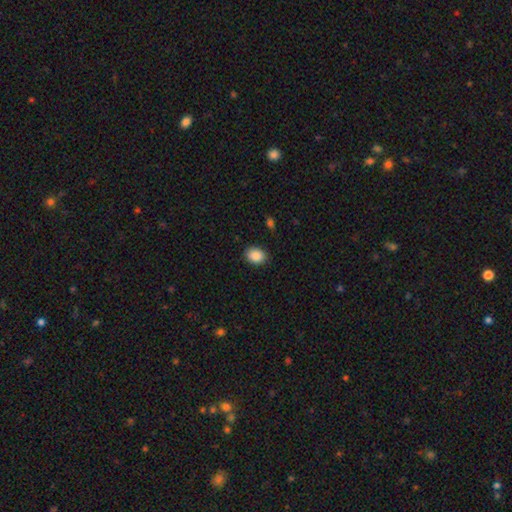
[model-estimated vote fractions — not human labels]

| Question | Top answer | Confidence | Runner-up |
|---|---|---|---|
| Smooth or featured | smooth | 89% | star or artifact (8%) |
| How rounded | in between | 63% | round (36%) |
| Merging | none | 86% | minor disturbance (11%) |